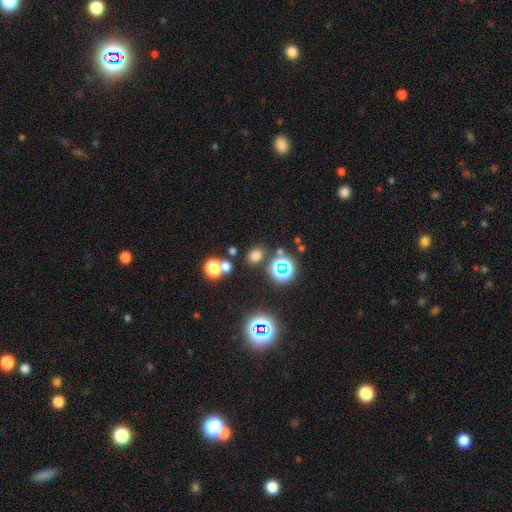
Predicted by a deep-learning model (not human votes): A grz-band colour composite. It shows a smooth galaxy with no disk features (67%) that is round (57%). Merging: none (78%).